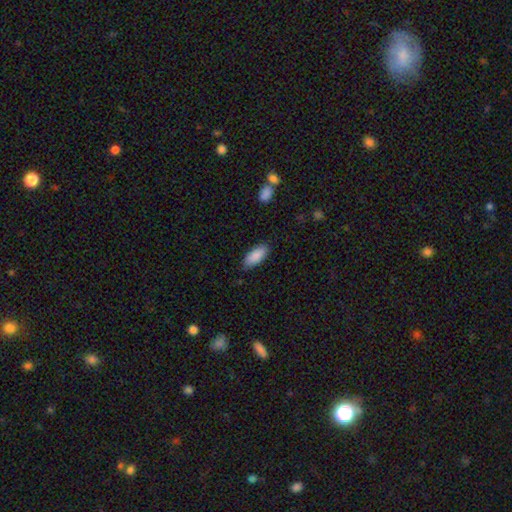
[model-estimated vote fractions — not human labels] Smooth or featured: smooth — 89% (star or artifact — 6%)
How rounded: in between — 83% (cigar-shaped — 15%)
Merging: none — 83% (minor disturbance — 13%)